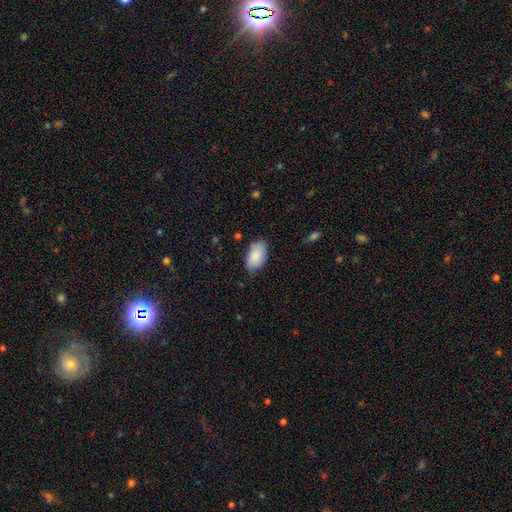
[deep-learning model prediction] Q: Smooth or featured?
A: smooth (88%); runner-up: featured or disk (6%)
Q: How rounded?
A: in between (95%); runner-up: round (4%)
Q: Merging?
A: none (78%); runner-up: minor disturbance (18%)